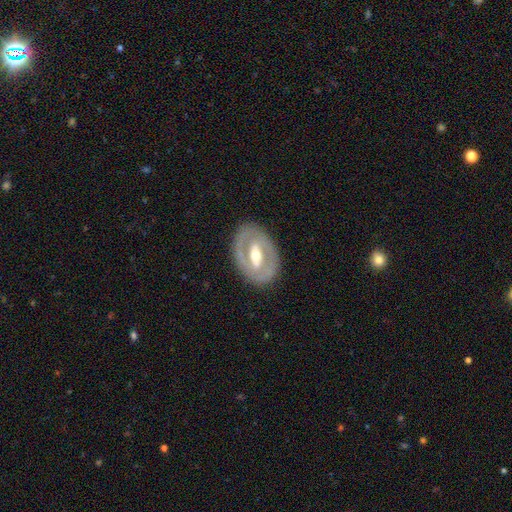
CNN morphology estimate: Smooth or featured?
  - featured or disk: 74% *
  - smooth: 21%
  - star or artifact: 5%
Edge-on disk?
  - no: 92% *
  - yes: 8%
Bar?
  - strong: 48% *
  - weak: 32%
  - no: 20%
Spiral arms?
  - no: 60% *
  - yes: 40%
Bulge size?
  - moderate: 67% *
  - small: 25%
  - large: 6%
  - dominant: 1%
  - none: 1%
Merging?
  - none: 82% *
  - minor disturbance: 11%
  - major disturbance: 5%
  - merger: 1%